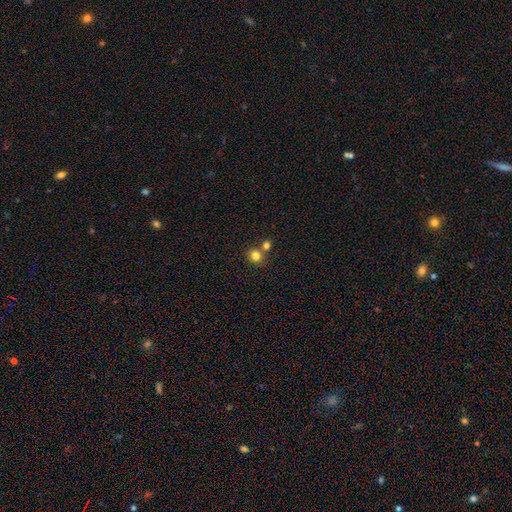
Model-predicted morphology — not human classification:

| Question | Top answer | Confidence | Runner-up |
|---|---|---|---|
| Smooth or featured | smooth | 82% | star or artifact (12%) |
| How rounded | round | 84% | in between (15%) |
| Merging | none | 63% | merger (27%) |